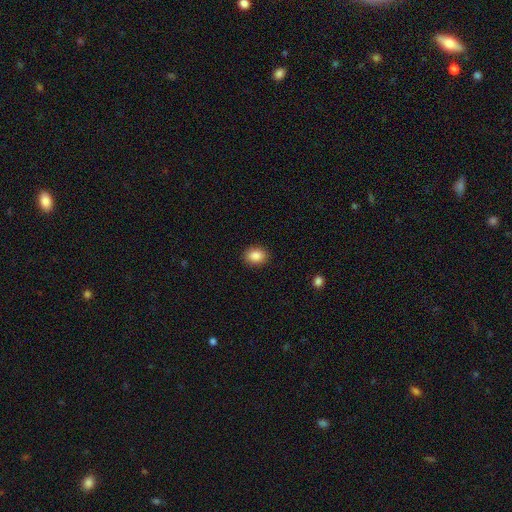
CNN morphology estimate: smooth 87%, star or artifact 9%, featured or disk 4%. Down the decision tree: how rounded — in between (63%); merging — none (90%).